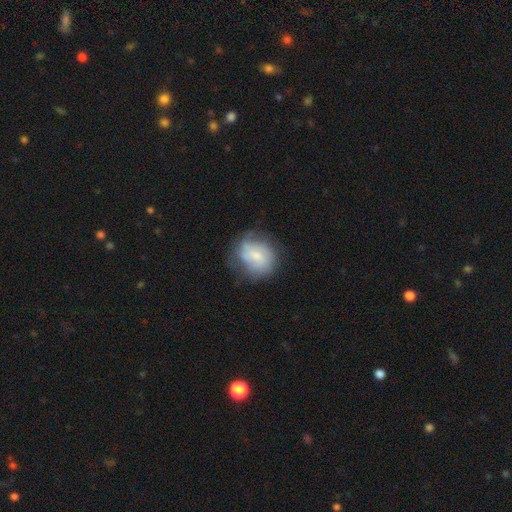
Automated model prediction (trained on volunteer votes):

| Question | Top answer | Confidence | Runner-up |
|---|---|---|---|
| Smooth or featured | smooth | 58% | featured or disk (34%) |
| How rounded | round | 69% | in between (30%) |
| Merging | none | 55% | minor disturbance (28%) |